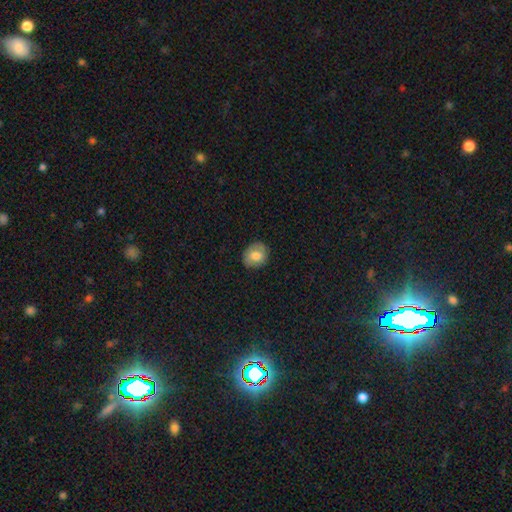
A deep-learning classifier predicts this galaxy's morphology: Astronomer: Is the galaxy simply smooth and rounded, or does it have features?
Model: smooth — 71%.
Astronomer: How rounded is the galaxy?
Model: round — 63%.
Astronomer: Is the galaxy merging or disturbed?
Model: none — 82%.